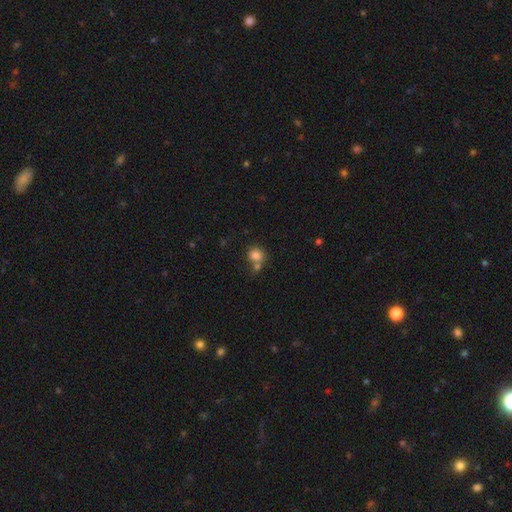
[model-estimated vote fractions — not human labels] smooth_or_featured: smooth (p=0.82) [alt: star or artifact p=0.11]
how_rounded: round (p=0.72) [alt: in between p=0.27]
merging: none (p=0.48) [alt: merger p=0.37]